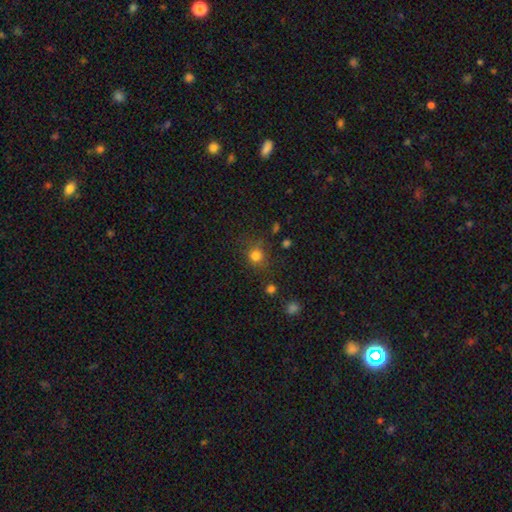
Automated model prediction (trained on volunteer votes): smooth 79%, star or artifact 15%, featured or disk 6%. Down the decision tree: how rounded — round (86%); merging — none (76%).